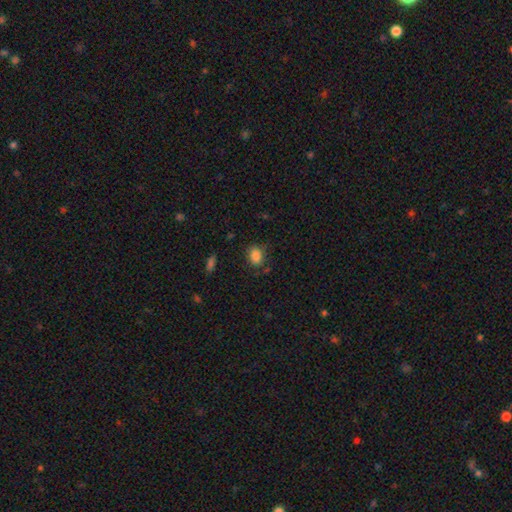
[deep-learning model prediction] Smooth or featured? smooth (86%)
How rounded? in between (68%)
Merging? none (77%)